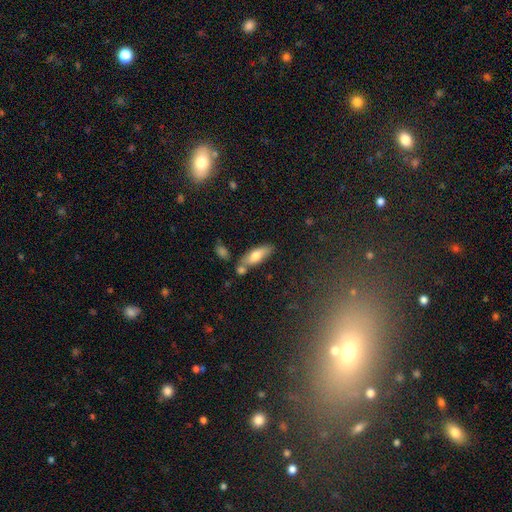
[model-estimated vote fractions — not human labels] Smooth or featured?
  - smooth: 67% *
  - featured or disk: 26%
  - star or artifact: 6%
How rounded?
  - in between: 61% *
  - cigar-shaped: 37%
  - round: 3%
Merging?
  - none: 66% *
  - merger: 16%
  - minor disturbance: 14%
  - major disturbance: 4%